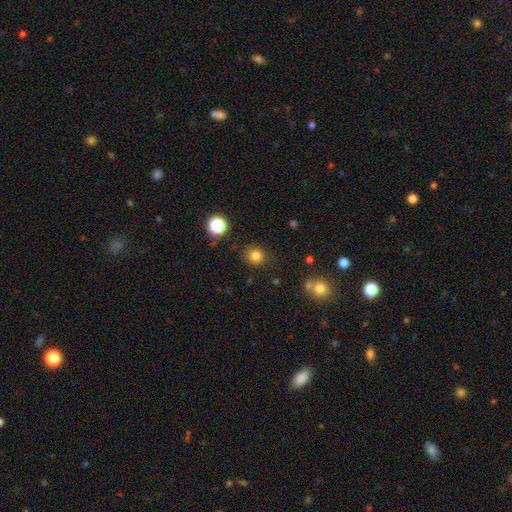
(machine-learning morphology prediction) A smooth galaxy with no disk features (81%) that is round (88%). Merging: none (86%).